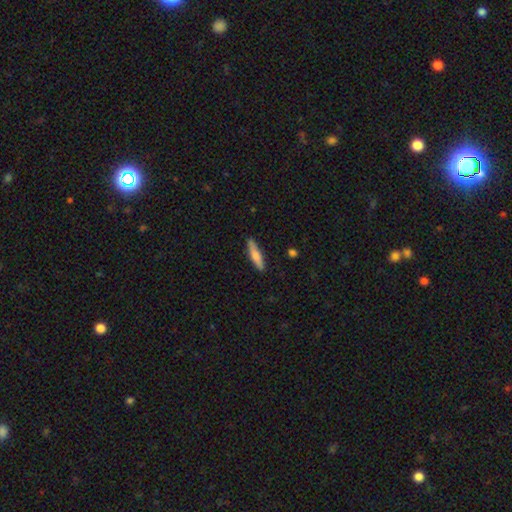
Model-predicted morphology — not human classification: smooth 69%, featured or disk 25%, star or artifact 6%. Down the decision tree: how rounded — cigar-shaped (81%); merging — none (88%).